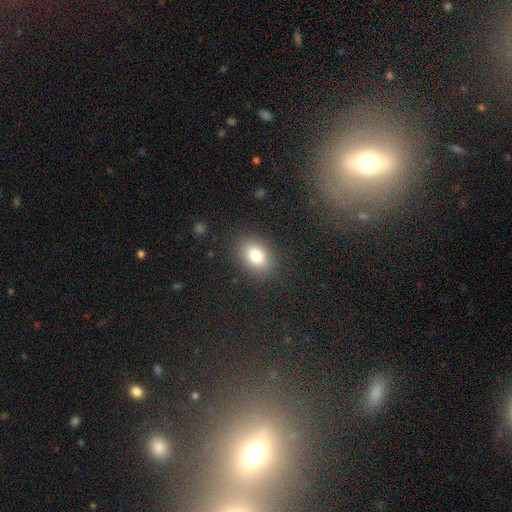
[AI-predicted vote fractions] This is clearly a smooth galaxy (81%). How rounded: likely in between (73%). Merging: clearly none (86%).